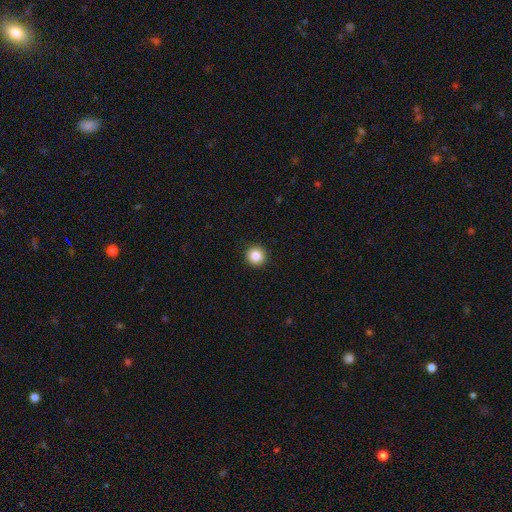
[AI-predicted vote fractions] The model was most divided on "smooth or featured": smooth: 85%, star or artifact: 10%, featured or disk: 4%. More confident: how rounded — round (95%); merging — none (93%).